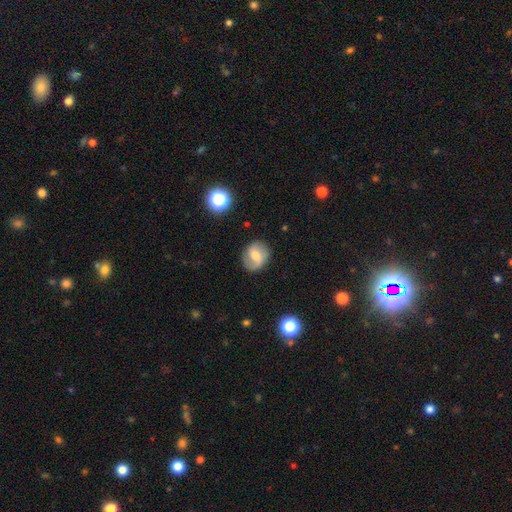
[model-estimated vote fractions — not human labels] This is possibly a featured or disk galaxy (50%). It is clearly not viewed edge-on (97%). Merging: likely none (78%).